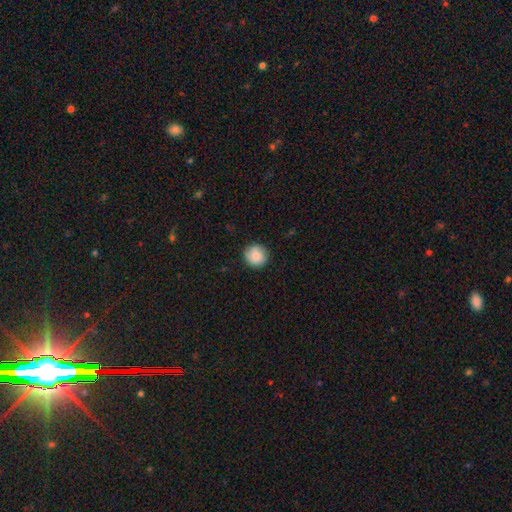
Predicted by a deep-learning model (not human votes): This appears to be a smooth galaxy with no disk features (83%) that is round (93%). Merging: none (87%).